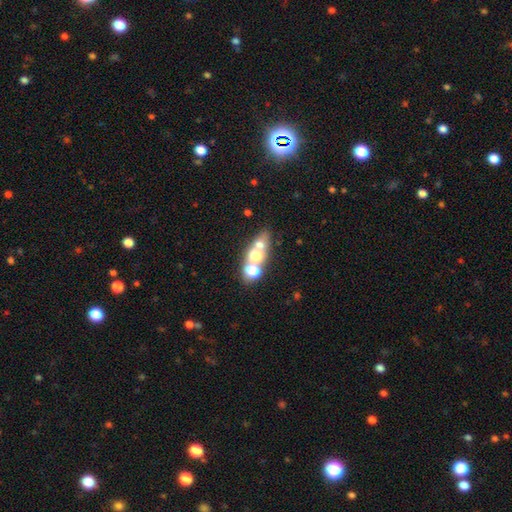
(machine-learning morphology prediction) Smooth or featured? smooth (52%)
How rounded? round (55%)
Merging? merger (55%)